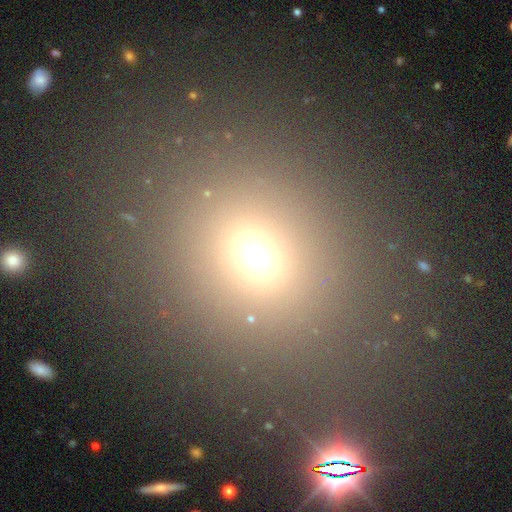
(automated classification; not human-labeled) smooth_or_featured: smooth (p=0.65) [alt: star or artifact p=0.27]
how_rounded: round (p=0.75) [alt: in between p=0.24]
merging: none (p=0.79) [alt: minor disturbance p=0.09]